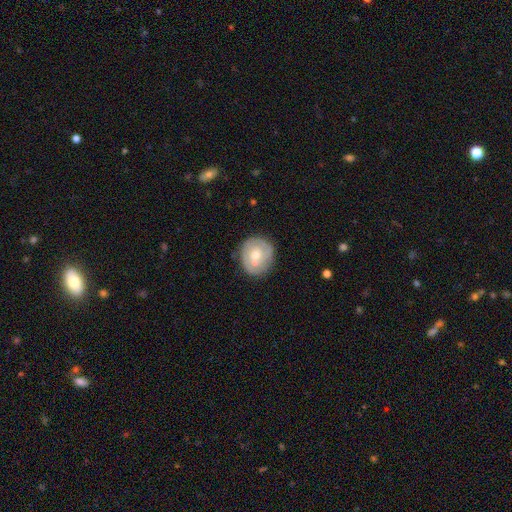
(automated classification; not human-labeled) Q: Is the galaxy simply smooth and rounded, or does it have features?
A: featured or disk — 64%.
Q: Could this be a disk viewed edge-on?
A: no — 97%.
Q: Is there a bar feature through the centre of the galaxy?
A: no — 69%.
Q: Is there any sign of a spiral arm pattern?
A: yes — 79%.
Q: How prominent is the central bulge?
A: moderate — 57%.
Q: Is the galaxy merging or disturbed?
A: none — 78%.